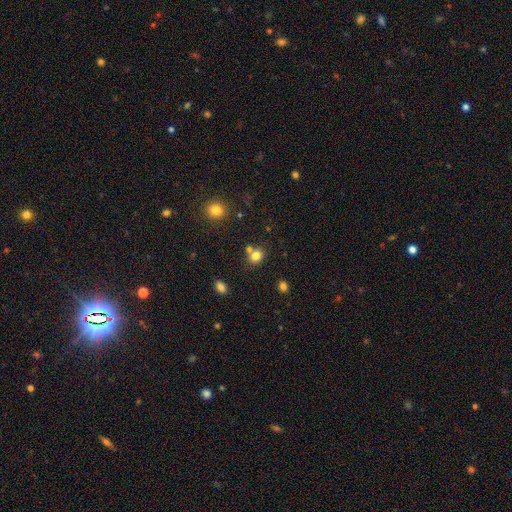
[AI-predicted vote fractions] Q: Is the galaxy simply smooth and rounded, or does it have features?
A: smooth — 79%.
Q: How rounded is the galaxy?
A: round — 56%.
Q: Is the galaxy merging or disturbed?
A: none — 59%.